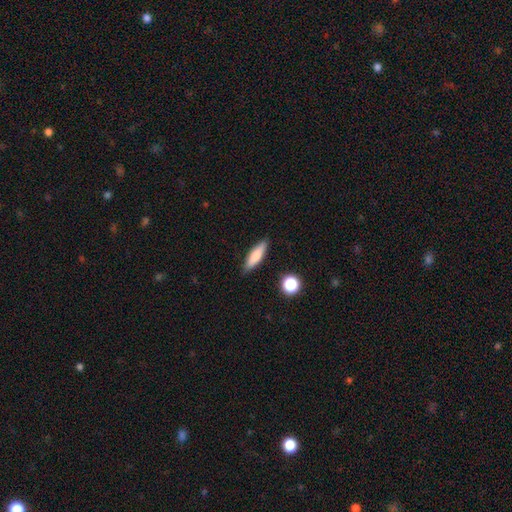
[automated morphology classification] smooth_or_featured: smooth (p=0.75) [alt: featured or disk p=0.18]
how_rounded: cigar-shaped (p=0.62) [alt: in between p=0.36]
merging: none (p=0.87) [alt: minor disturbance p=0.10]